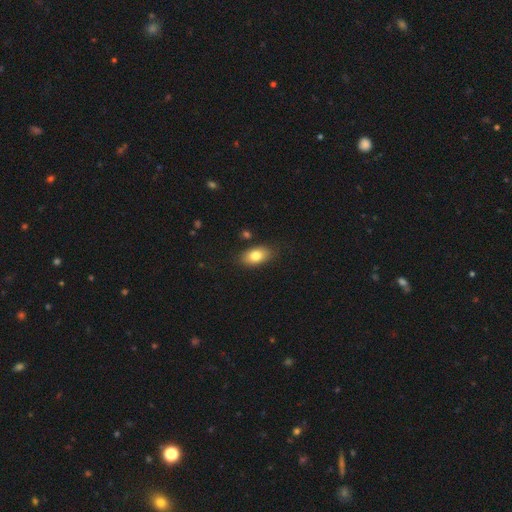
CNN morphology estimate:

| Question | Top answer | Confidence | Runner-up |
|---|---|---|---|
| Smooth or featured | smooth | 80% | featured or disk (12%) |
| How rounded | in between | 89% | round (8%) |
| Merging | none | 82% | minor disturbance (13%) |